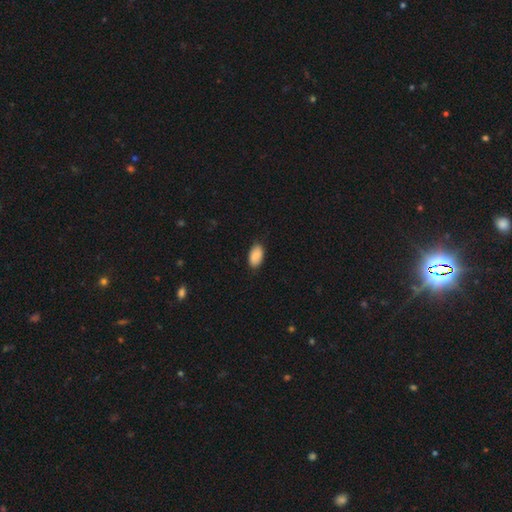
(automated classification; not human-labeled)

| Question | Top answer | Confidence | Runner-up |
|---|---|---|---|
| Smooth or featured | smooth | 90% | star or artifact (6%) |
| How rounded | in between | 95% | round (4%) |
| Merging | none | 85% | minor disturbance (12%) |